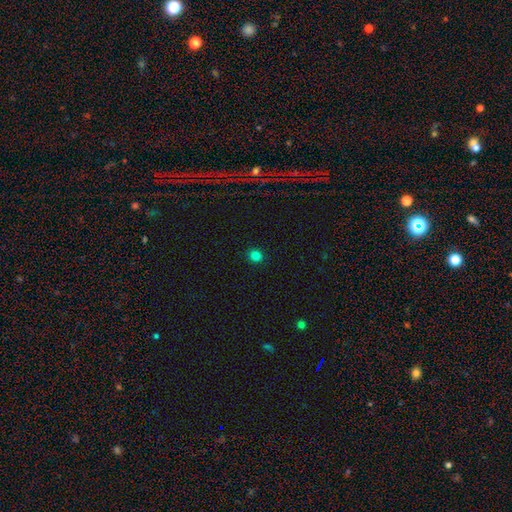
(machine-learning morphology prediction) type=smooth (81%); roundness=round (85%); merging=none (91%).